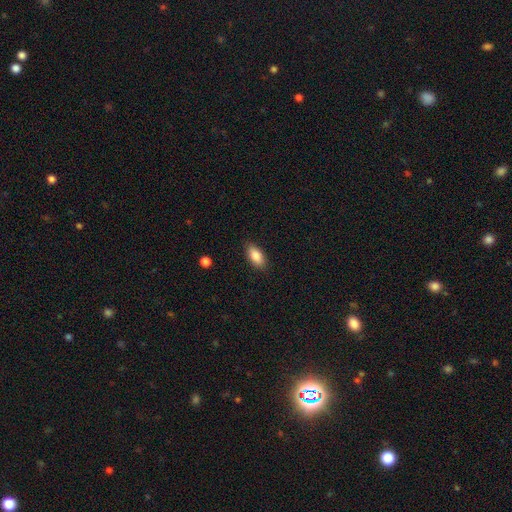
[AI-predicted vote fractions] smooth-or-featured: smooth: 87% | star or artifact: 7% | featured or disk: 6%
  how-rounded: in between: 90% | cigar-shaped: 7% | round: 3%
  merging: none: 86% | minor disturbance: 11% | major disturbance: 3% | merger: 1%